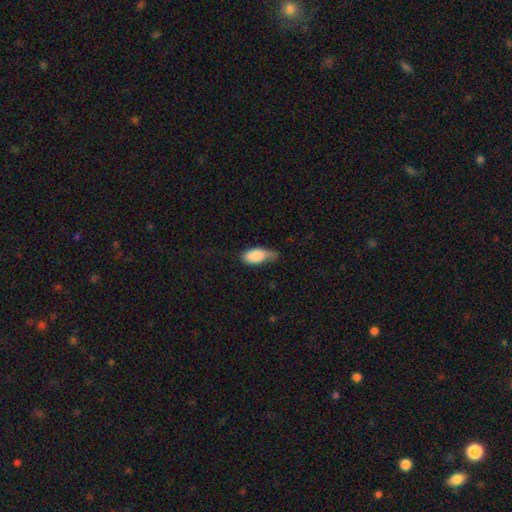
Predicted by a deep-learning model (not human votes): This is clearly a smooth galaxy (85%). How rounded: clearly in between (91%). Merging: possibly minor disturbance (47%).